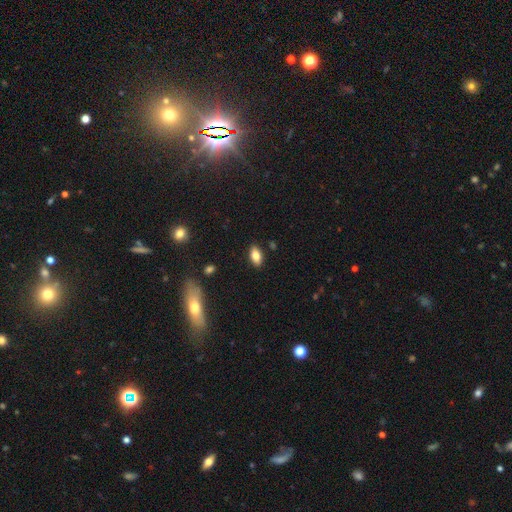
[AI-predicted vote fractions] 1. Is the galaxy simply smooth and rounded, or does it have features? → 80% smooth, 12% featured or disk, 8% star or artifact.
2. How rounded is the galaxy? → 90% in between, 5% cigar-shaped, 4% round.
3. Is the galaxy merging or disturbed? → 87% none, 9% minor disturbance, 2% major disturbance, 2% merger.